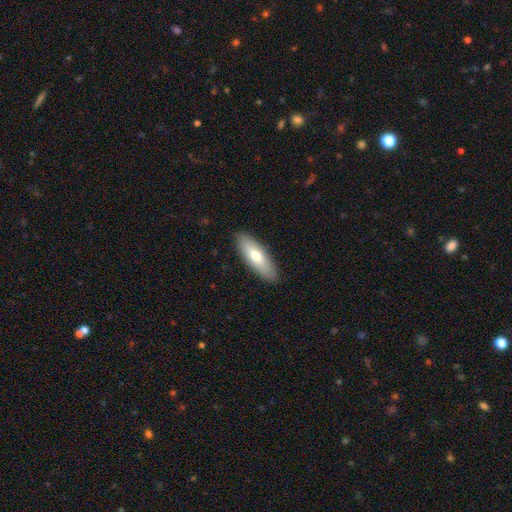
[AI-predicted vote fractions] smooth-or-featured: smooth: 71% | featured or disk: 23% | star or artifact: 5%
  how-rounded: in between: 54% | cigar-shaped: 44% | round: 2%
  merging: none: 89% | minor disturbance: 8% | major disturbance: 2% | merger: 1%